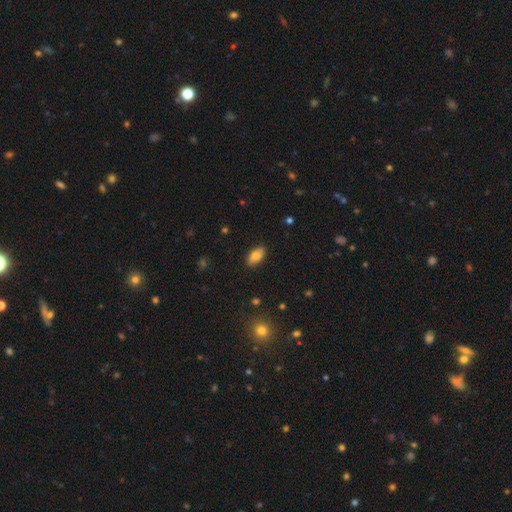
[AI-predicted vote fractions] Smooth or featured?
  - smooth: 76% *
  - featured or disk: 15%
  - star or artifact: 8%
How rounded?
  - in between: 90% *
  - cigar-shaped: 6%
  - round: 4%
Merging?
  - none: 87% *
  - minor disturbance: 10%
  - major disturbance: 2%
  - merger: 1%